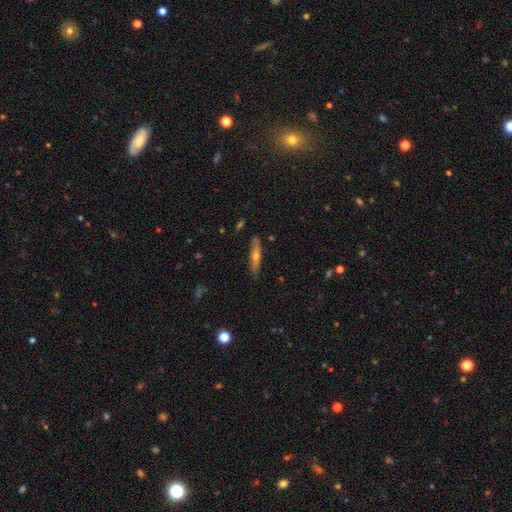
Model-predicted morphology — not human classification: Smooth or featured?
  - featured or disk: 51% *
  - smooth: 41%
  - star or artifact: 7%
Edge-on disk?
  - yes: 87% *
  - no: 13%
Merging?
  - none: 86% *
  - minor disturbance: 10%
  - major disturbance: 2%
  - merger: 1%